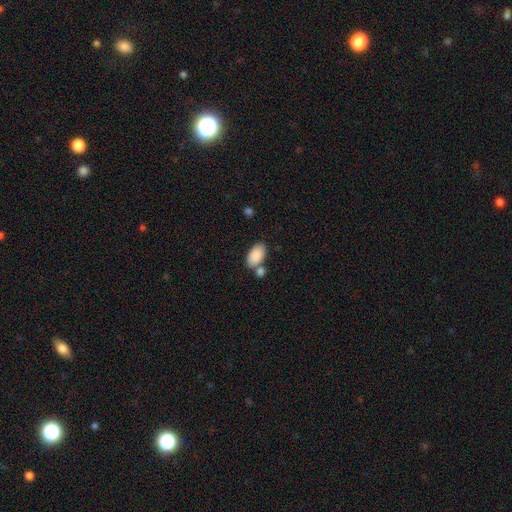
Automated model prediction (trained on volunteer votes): This is clearly a smooth galaxy (89%). How rounded: clearly in between (95%). Merging: likely none (60%).